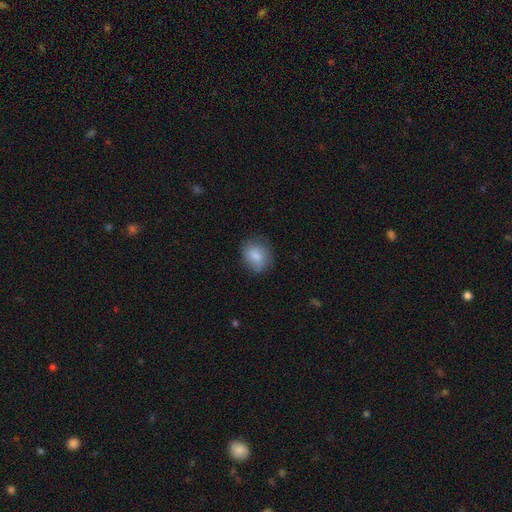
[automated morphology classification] This is clearly a smooth galaxy (80%). How rounded: possibly in between (53%). Merging: likely none (72%).